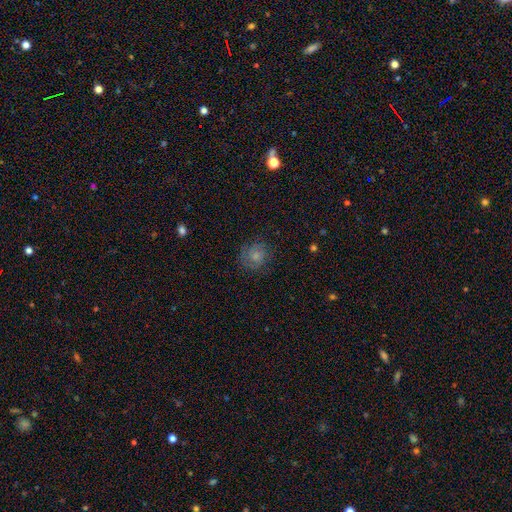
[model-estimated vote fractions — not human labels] smooth 65%, featured or disk 24%, star or artifact 11%. Down the decision tree: how rounded — round (84%); merging — none (76%).